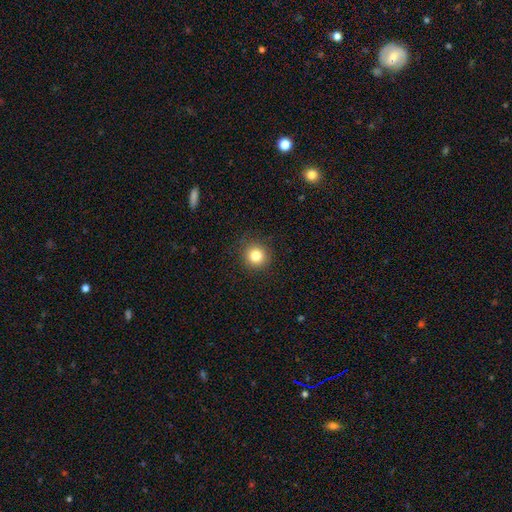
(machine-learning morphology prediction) smooth-or-featured: smooth: 82% | star or artifact: 11% | featured or disk: 6%
  how-rounded: round: 93% | in between: 6% | cigar-shaped: 1%
  merging: none: 90% | minor disturbance: 7% | major disturbance: 2% | merger: 1%